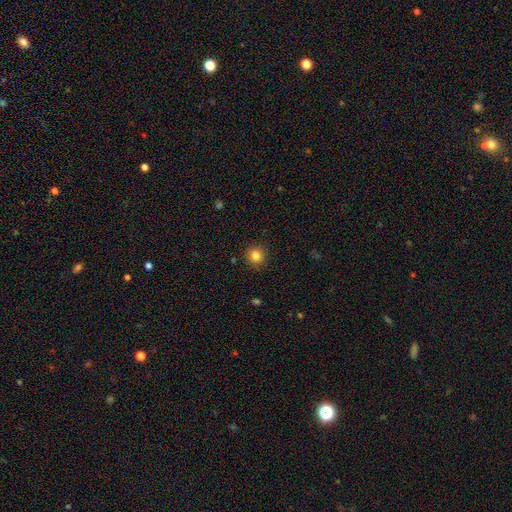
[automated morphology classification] Q: Smooth or featured?
A: smooth (82%); runner-up: star or artifact (12%)
Q: How rounded?
A: round (92%); runner-up: in between (7%)
Q: Merging?
A: none (91%); runner-up: minor disturbance (6%)